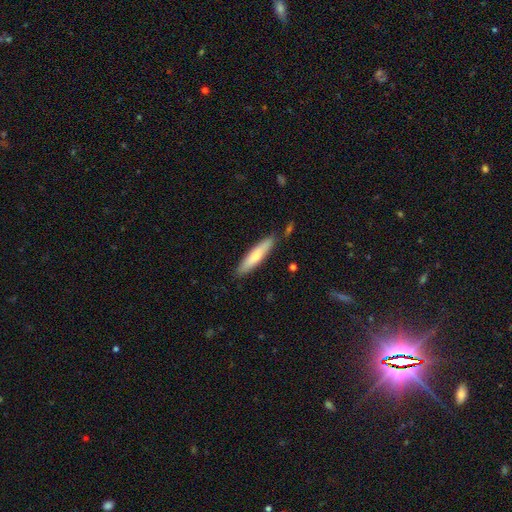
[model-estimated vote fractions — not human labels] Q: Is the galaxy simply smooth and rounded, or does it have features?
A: smooth — 72%.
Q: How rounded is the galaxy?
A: cigar-shaped — 84%.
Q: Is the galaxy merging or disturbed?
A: none — 83%.